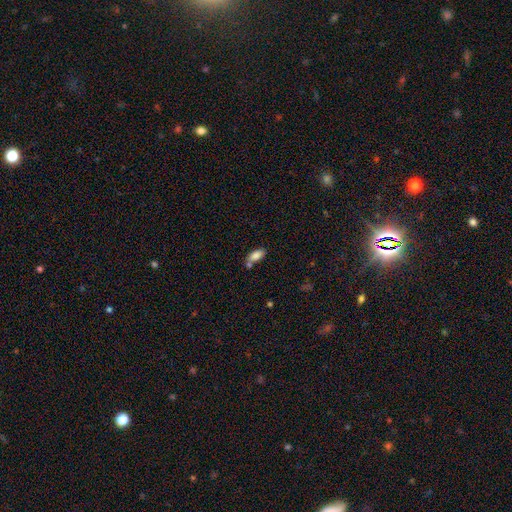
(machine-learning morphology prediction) A smooth galaxy with no disk features (84%) that is in between round and cigar-shaped (88%).

Vote fractions:
- Smooth or featured? smooth: 84% / featured or disk: 8% / star or artifact: 8%
- How rounded? in between: 88% / cigar-shaped: 9% / round: 3%
- Merging? none: 51% / merger: 29% / minor disturbance: 15% / major disturbance: 5%